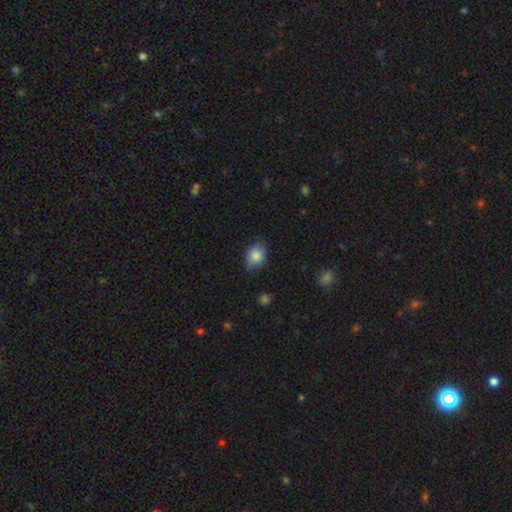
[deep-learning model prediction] The model was most divided on "how rounded": in between: 67%, round: 32%, cigar-shaped: 1%. More confident: smooth or featured — smooth (85%); merging — none (80%).